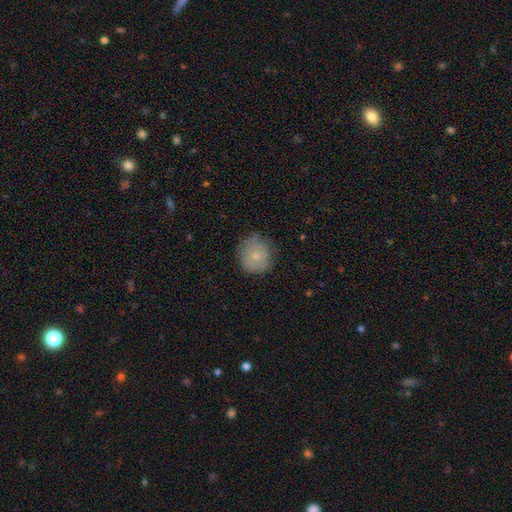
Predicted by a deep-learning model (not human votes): smooth-or-featured: smooth: 73% | featured or disk: 19% | star or artifact: 8%
  how-rounded: round: 88% | in between: 11% | cigar-shaped: 1%
  merging: none: 73% | minor disturbance: 21% | major disturbance: 5% | merger: 1%